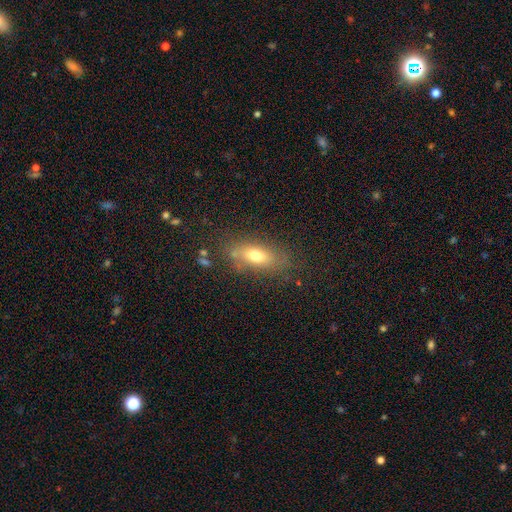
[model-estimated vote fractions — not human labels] smooth 69%, featured or disk 21%, star or artifact 10%. Down the decision tree: how rounded — in between (79%); merging — none (75%).